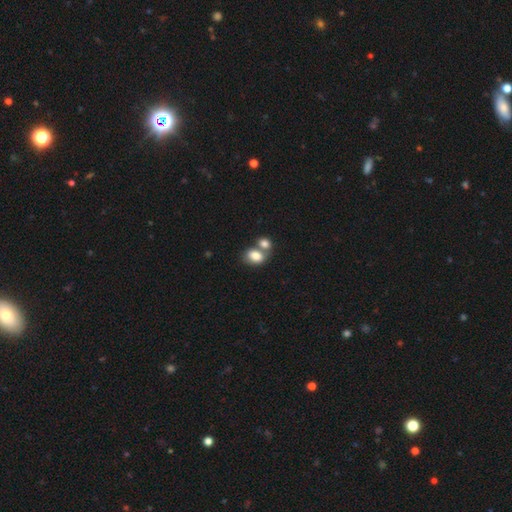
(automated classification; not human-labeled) smooth 82%, featured or disk 10%, star or artifact 8%. Down the decision tree: how rounded — in between (75%); merging — merger (55%).